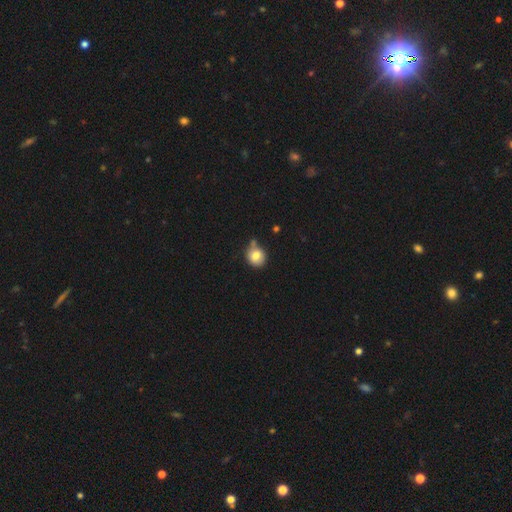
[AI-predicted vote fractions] smooth 80%, featured or disk 11%, star or artifact 9%. Down the decision tree: how rounded — round (84%); merging — none (57%).